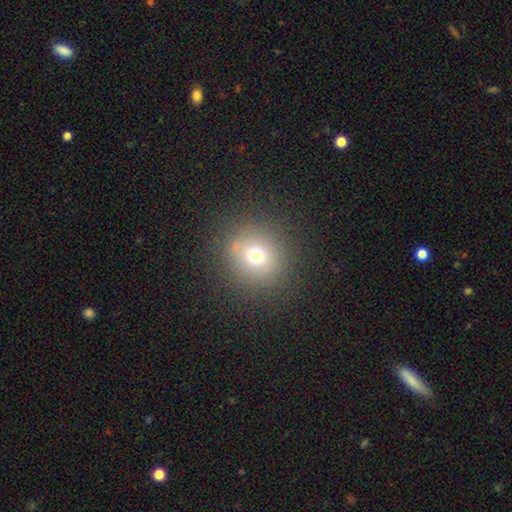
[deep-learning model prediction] smooth-or-featured: smooth: 69% | star or artifact: 20% | featured or disk: 12%
  how-rounded: round: 90% | in between: 9% | cigar-shaped: 1%
  merging: none: 86% | minor disturbance: 8% | major disturbance: 5% | merger: 1%